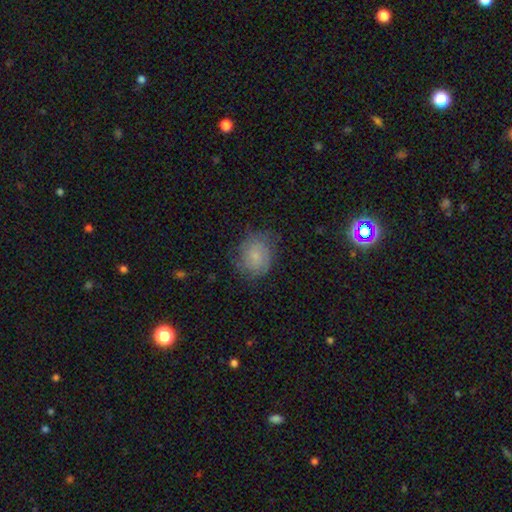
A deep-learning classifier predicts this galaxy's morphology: Smooth or featured? Predicted: smooth (p=0.62). How rounded? Predicted: round (p=0.70). Merging? Predicted: none (p=0.68).